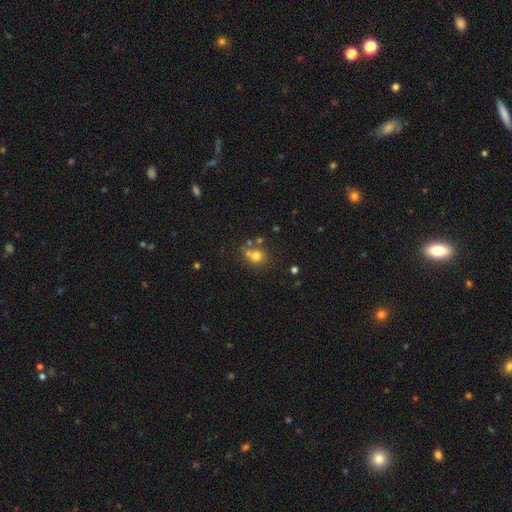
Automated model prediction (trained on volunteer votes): Q: Smooth or featured?
A: smooth (71%); runner-up: star or artifact (16%)
Q: How rounded?
A: round (79%); runner-up: in between (20%)
Q: Merging?
A: none (55%); runner-up: merger (30%)